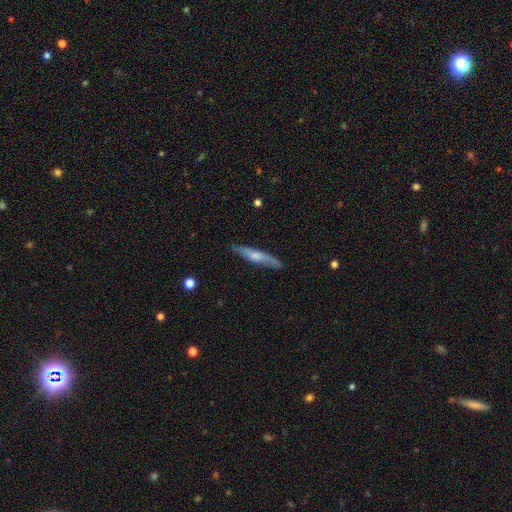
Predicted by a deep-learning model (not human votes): Smooth or featured?
  - featured or disk: 58% *
  - smooth: 36%
  - star or artifact: 6%
Edge-on disk?
  - yes: 93% *
  - no: 7%
Edge-on bulge?
  - rounded: 80% *
  - none: 13%
  - boxy: 7%
Merging?
  - none: 86% *
  - minor disturbance: 11%
  - major disturbance: 2%
  - merger: 1%